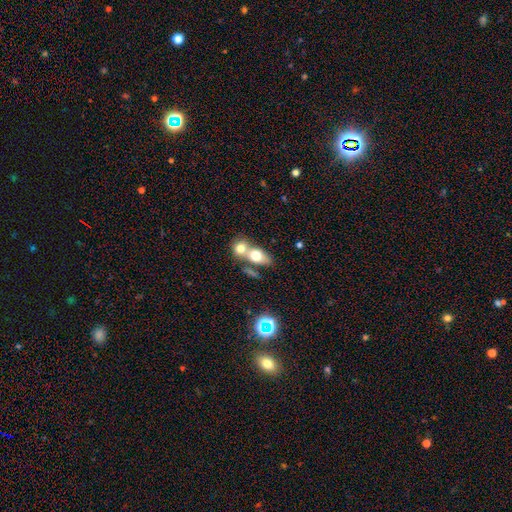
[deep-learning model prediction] The model was most divided on "merging": merger: 63%, none: 26%, minor disturbance: 7%, major disturbance: 4%. More confident: smooth or featured — smooth (71%); how rounded — in between (70%).